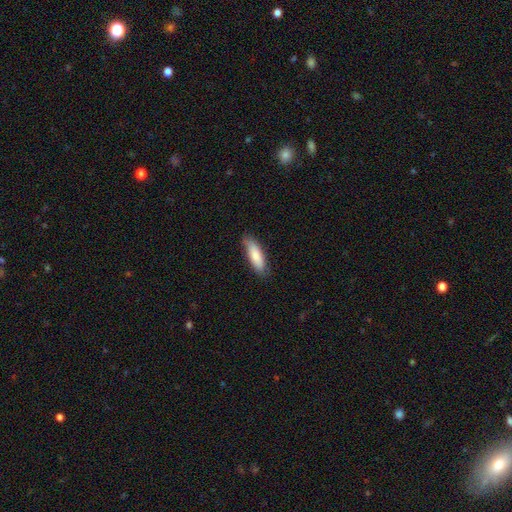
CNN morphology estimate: A smooth galaxy with no disk features (81%) that is in between round and cigar-shaped (52%). Merging: none (77%).